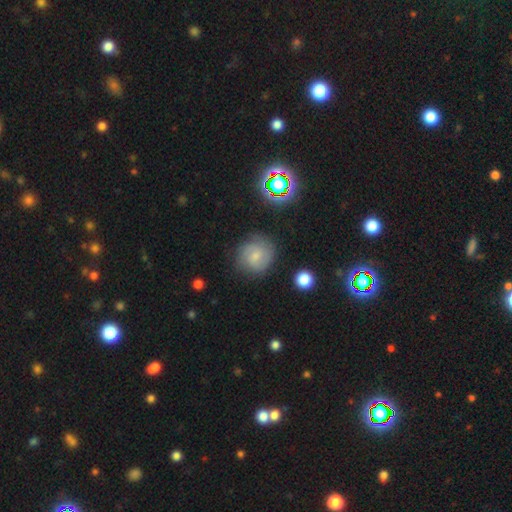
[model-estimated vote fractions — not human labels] A featured or disk galaxy (51%). Merging: none (75%).